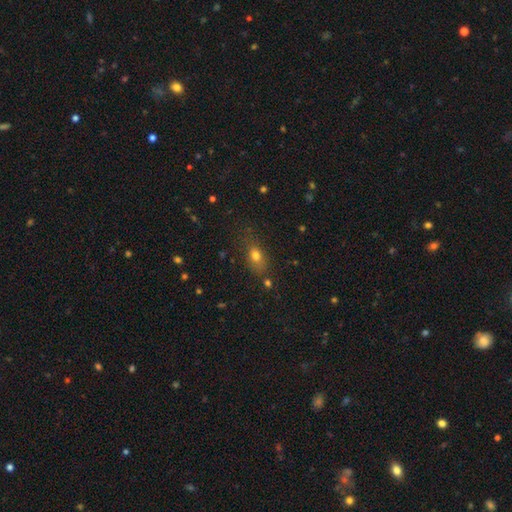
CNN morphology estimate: Q: Smooth or featured?
A: smooth (72%); runner-up: star or artifact (15%)
Q: How rounded?
A: in between (69%); runner-up: round (20%)
Q: Merging?
A: none (69%); runner-up: minor disturbance (19%)